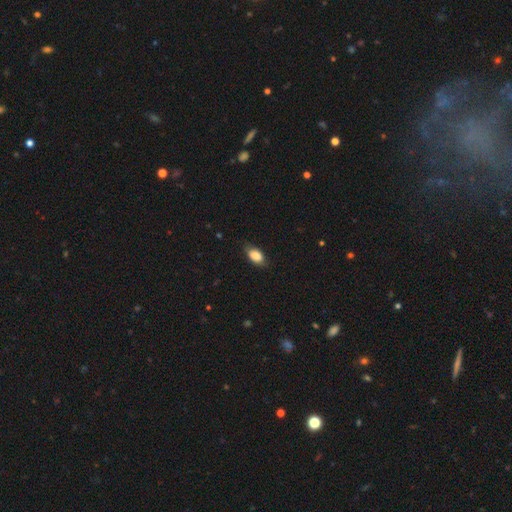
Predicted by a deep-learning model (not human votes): smooth_or_featured: smooth (p=0.85) [alt: featured or disk p=0.08]
how_rounded: in between (p=0.91) [alt: round p=0.06]
merging: none (p=0.76) [alt: minor disturbance p=0.19]